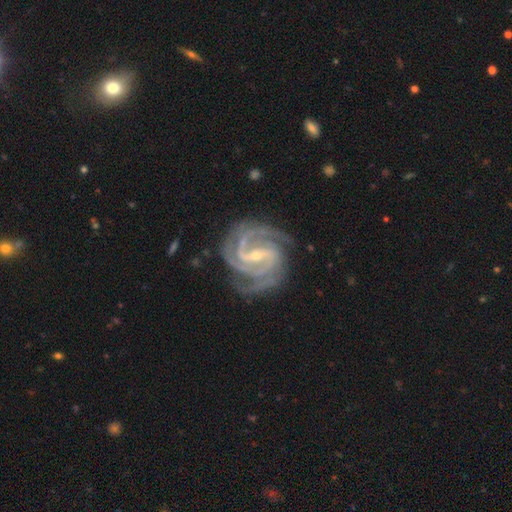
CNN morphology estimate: This is clearly a featured or disk galaxy (94%). It is clearly not viewed edge-on (98%). Bar: possibly strong (54%). Spiral arm pattern: clearly yes (99%). Spiral arm count: marginally 3 (40%). Spiral winding: possibly tight (58%). Central bulge: likely small (68%). Merging: likely none (79%).